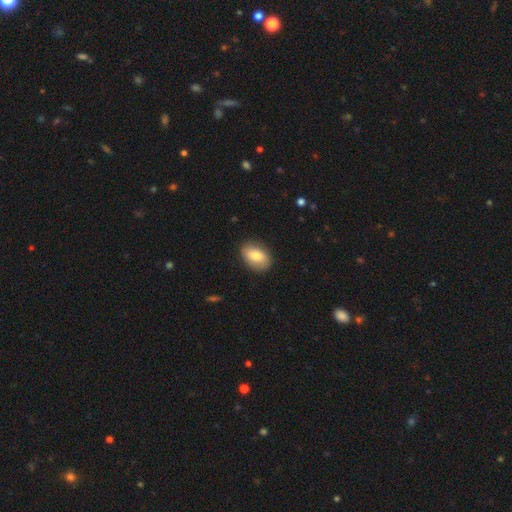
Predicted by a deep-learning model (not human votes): Smooth or featured? smooth (77%)
How rounded? in between (86%)
Merging? none (86%)